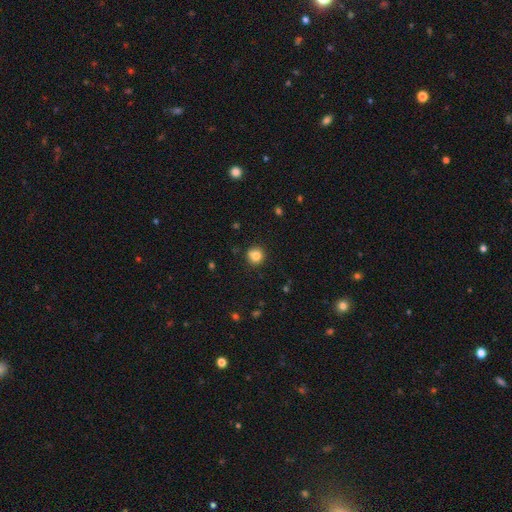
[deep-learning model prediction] smooth_or_featured: smooth (p=0.81) [alt: star or artifact p=0.11]
how_rounded: round (p=0.91) [alt: in between p=0.08]
merging: none (p=0.81) [alt: minor disturbance p=0.12]